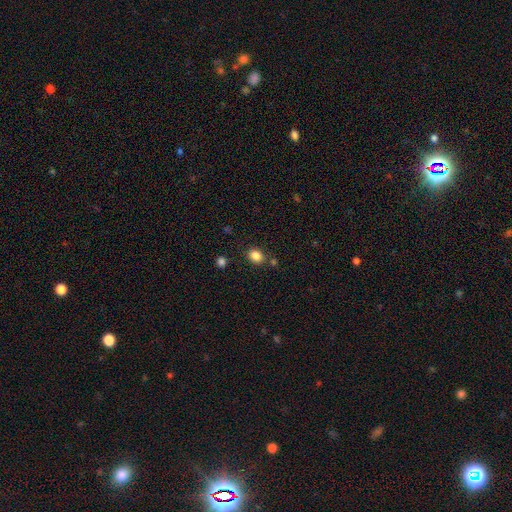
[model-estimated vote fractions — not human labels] smooth_or_featured: smooth (p=0.85) [alt: star or artifact p=0.11]
how_rounded: round (p=0.50) [tied with: in between p=0.50]
merging: none (p=0.80) [alt: minor disturbance p=0.10]